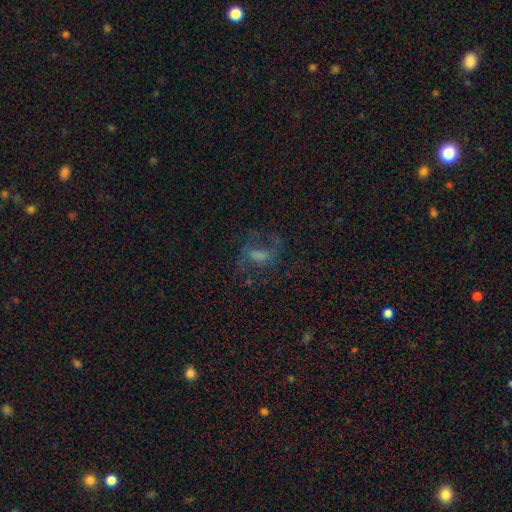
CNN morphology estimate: Smooth or featured? Predicted: featured or disk (p=0.55). Edge-on disk? Predicted: no (p=0.96). Bar? Predicted: weak (p=0.44). Spiral arms? Predicted: yes (p=0.72). Bulge size? Predicted: none (p=0.33). Merging? Predicted: none (p=0.54).